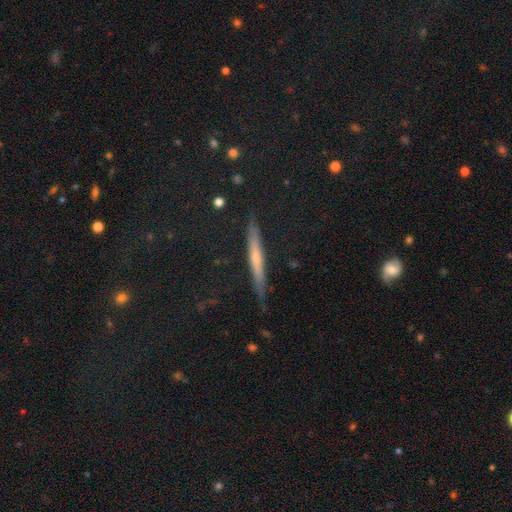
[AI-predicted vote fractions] Smooth or featured: featured or disk — 48% (smooth — 36%)
Merging: none — 83% (minor disturbance — 13%)